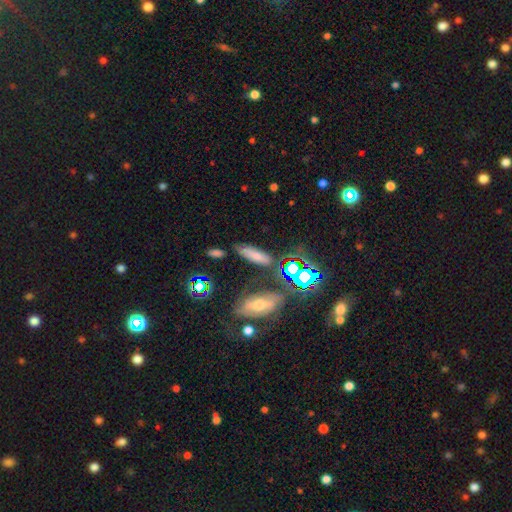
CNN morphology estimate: The model was most divided on "how rounded": cigar-shaped: 56%, in between: 39%, round: 5%. More confident: merging — none (77%); smooth or featured — smooth (66%).